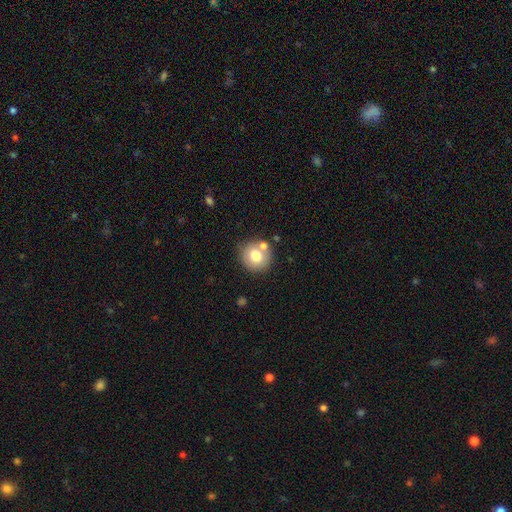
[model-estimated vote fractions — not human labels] smooth 73%, featured or disk 18%, star or artifact 9%. Down the decision tree: how rounded — round (86%); merging — none (67%).